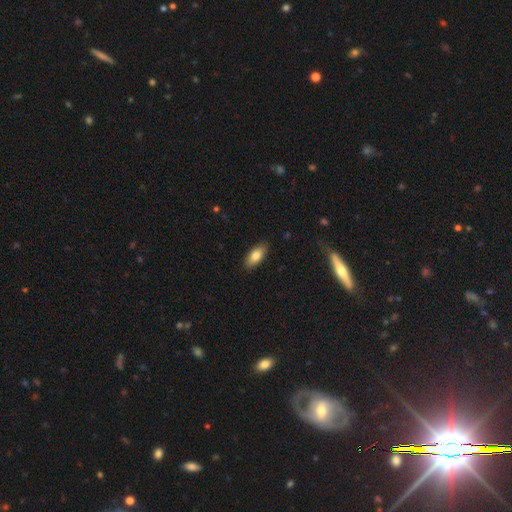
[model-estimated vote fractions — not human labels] The model was most divided on "smooth or featured": smooth: 82%, featured or disk: 11%, star or artifact: 7%. More confident: how rounded — in between (88%); merging — none (88%).